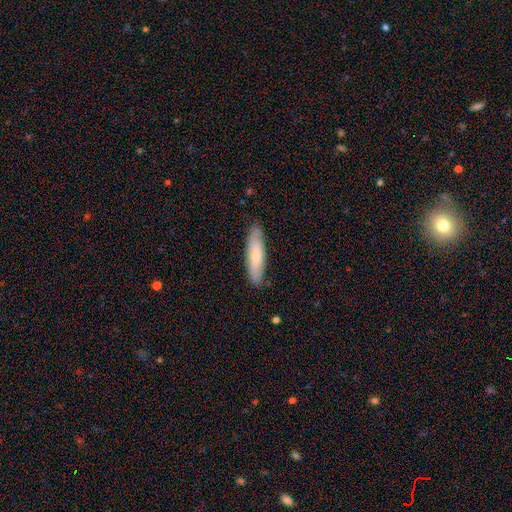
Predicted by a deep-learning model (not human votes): Smooth or featured? Predicted: smooth (p=0.67). How rounded? Predicted: cigar-shaped (p=0.73). Merging? Predicted: none (p=0.85).